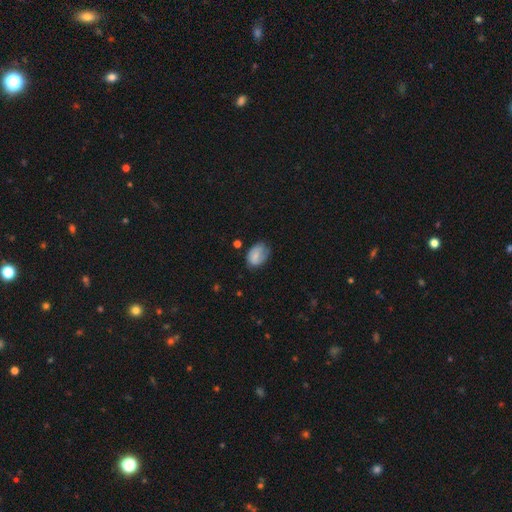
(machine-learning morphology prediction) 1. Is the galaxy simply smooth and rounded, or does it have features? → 62% smooth, 30% featured or disk, 8% star or artifact.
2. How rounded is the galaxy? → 77% in between, 21% round, 1% cigar-shaped.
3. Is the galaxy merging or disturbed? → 48% none, 36% minor disturbance, 14% major disturbance, 2% merger.